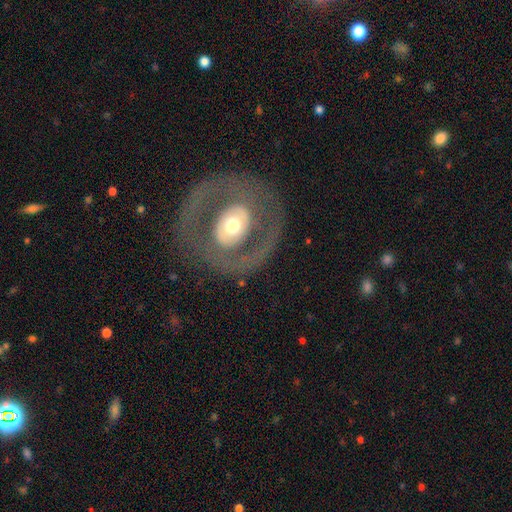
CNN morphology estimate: smooth-or-featured: featured or disk: 73% | smooth: 21% | star or artifact: 7%
  disk-edge-on: no: 94% | yes: 6%
    bar: no: 50% | weak: 27% | strong: 24%
    has-spiral-arms: no: 58% | yes: 42%
    bulge-size: moderate: 61% | small: 22% | large: 14% | dominant: 2% | none: 1%
  merging: none: 81% | minor disturbance: 10% | major disturbance: 7% | merger: 1%